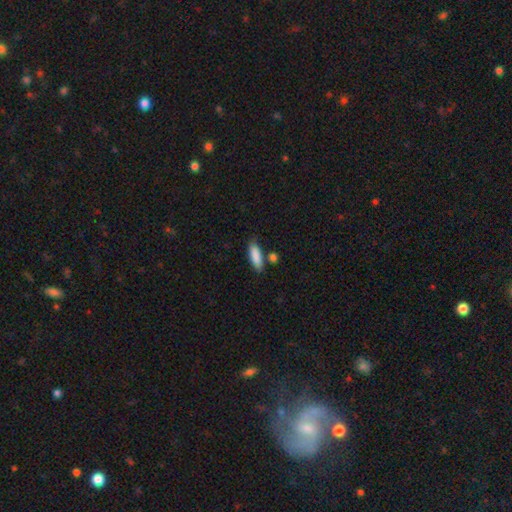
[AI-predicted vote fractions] A smooth galaxy with no disk features (88%) that is in between round and cigar-shaped (61%).

Vote fractions:
- Smooth or featured? smooth: 88% / featured or disk: 6% / star or artifact: 6%
- How rounded? in between: 61% / cigar-shaped: 37% / round: 2%
- Merging? none: 72% / minor disturbance: 14% / merger: 11% / major disturbance: 3%